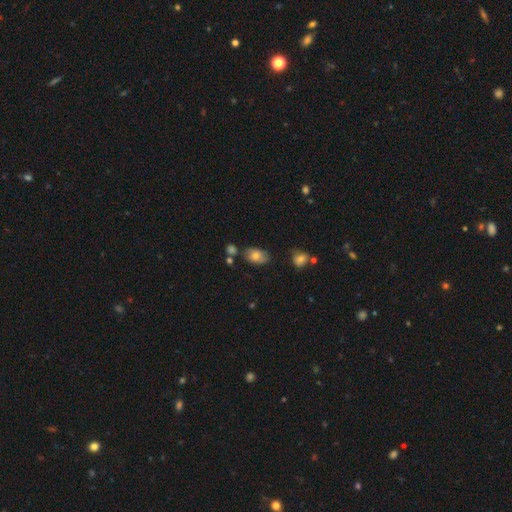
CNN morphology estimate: Smooth or featured? Predicted: smooth (p=0.75). How rounded? Predicted: in between (p=0.88). Merging? Predicted: none (p=0.64).